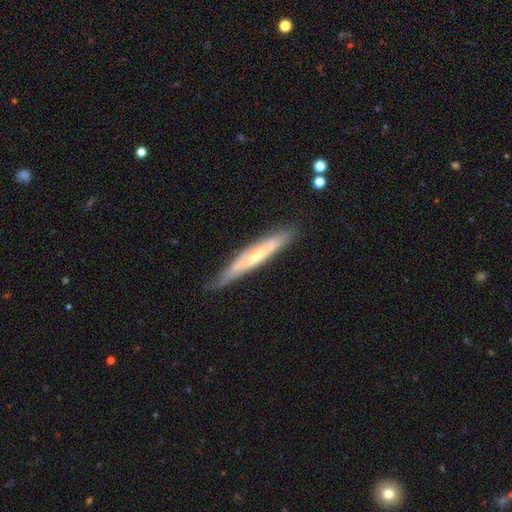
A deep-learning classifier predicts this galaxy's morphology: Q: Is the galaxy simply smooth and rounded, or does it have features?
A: featured or disk — 57%.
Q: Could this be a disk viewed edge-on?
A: yes — 84%.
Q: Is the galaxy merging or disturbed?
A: none — 73%.